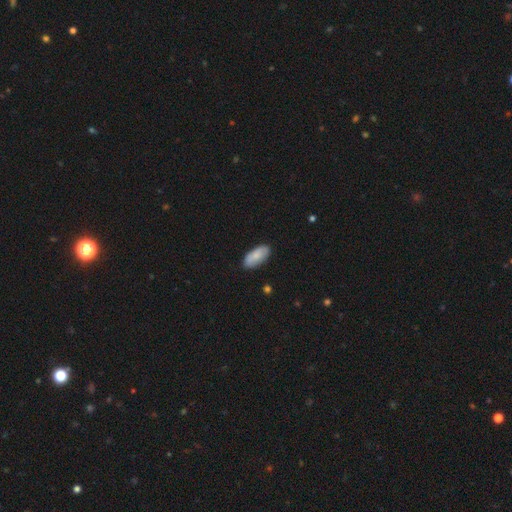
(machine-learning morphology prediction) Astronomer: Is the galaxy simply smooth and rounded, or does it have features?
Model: smooth — 80%.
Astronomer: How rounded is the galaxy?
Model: in between — 89%.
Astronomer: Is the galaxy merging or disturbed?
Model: none — 84%.